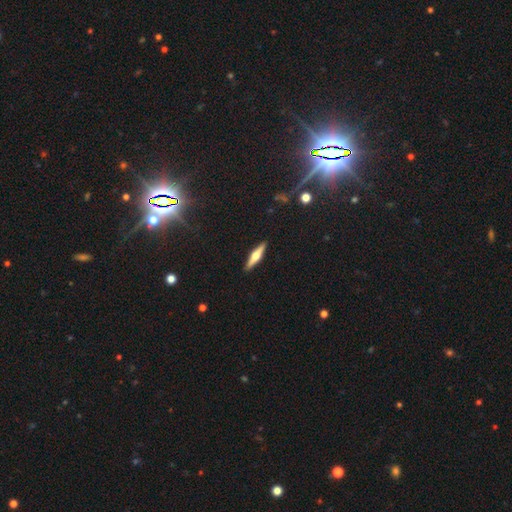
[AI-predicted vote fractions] Smooth or featured: featured or disk — 59% (smooth — 36%)
Edge-on disk: yes — 96% (no — 4%)
Edge-on bulge: rounded — 93% (boxy — 4%)
Merging: none — 91% (minor disturbance — 6%)